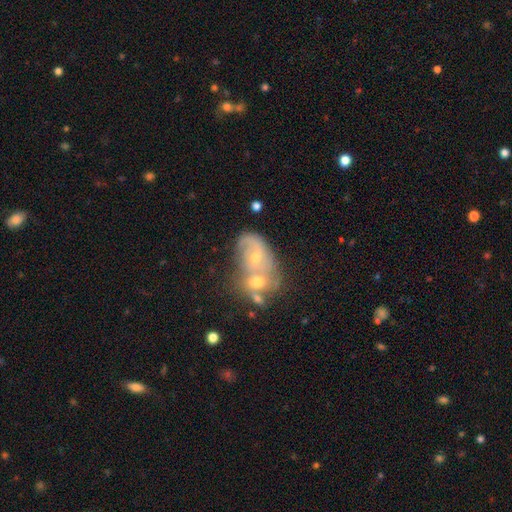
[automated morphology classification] Smooth or featured? featured or disk (67%)
Edge-on disk? no (96%)
Bar? no (63%)
Spiral arms? yes (84%)
Spiral winding? medium (43%)
Spiral arm count? 2 (40%)
Bulge size? small (53%)
Merging? merger (57%)